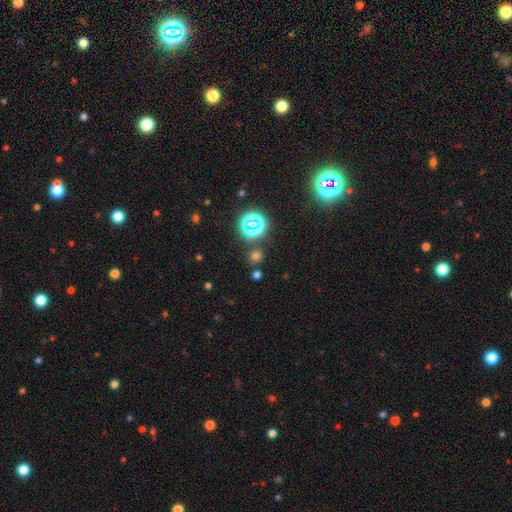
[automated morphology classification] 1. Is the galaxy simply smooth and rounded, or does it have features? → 60% smooth, 34% star or artifact, 6% featured or disk.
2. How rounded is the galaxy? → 86% round, 13% in between, 1% cigar-shaped.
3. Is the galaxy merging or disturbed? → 80% none, 9% minor disturbance, 8% merger, 4% major disturbance.